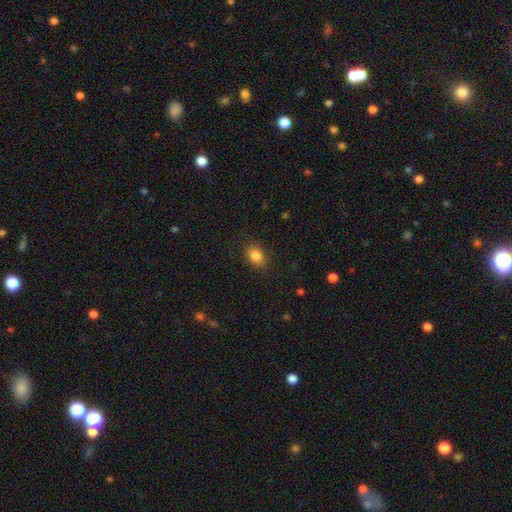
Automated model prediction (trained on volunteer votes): smooth_or_featured: smooth (p=0.85) [alt: star or artifact p=0.09]
how_rounded: in between (p=0.79) [alt: round p=0.20]
merging: none (p=0.86) [alt: minor disturbance p=0.10]